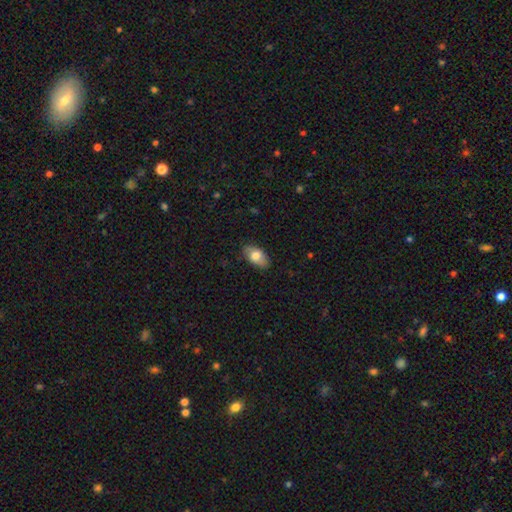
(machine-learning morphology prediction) Smooth or featured? smooth (76%)
How rounded? in between (92%)
Merging? none (82%)